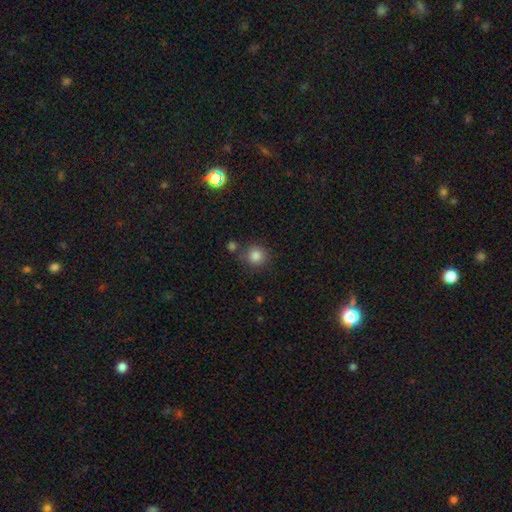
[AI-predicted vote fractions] A smooth galaxy with no disk features (84%) that is round (91%).

Vote fractions:
- Smooth or featured? smooth: 84% / star or artifact: 11% / featured or disk: 5%
- How rounded? round: 91% / in between: 8% / cigar-shaped: 1%
- Merging? none: 77% / minor disturbance: 11% / merger: 8% / major disturbance: 4%